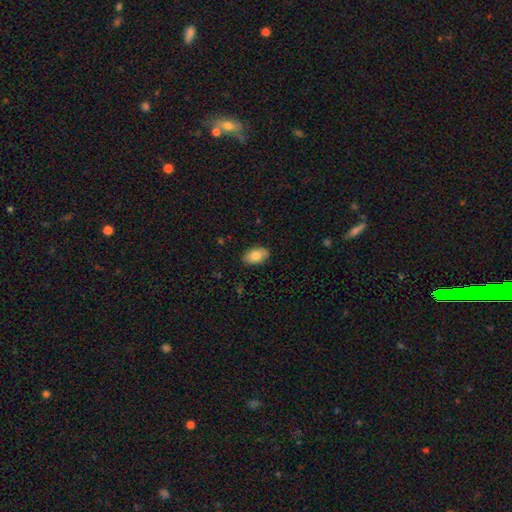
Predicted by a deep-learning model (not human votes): Smooth or featured? smooth (81%)
How rounded? in between (90%)
Merging? none (87%)